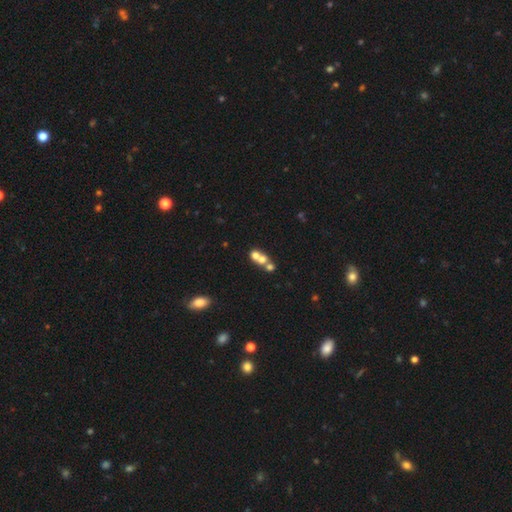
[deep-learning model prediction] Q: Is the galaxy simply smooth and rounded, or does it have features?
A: smooth — 60%.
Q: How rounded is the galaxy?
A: round — 64%.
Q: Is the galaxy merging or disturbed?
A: merger — 63%.